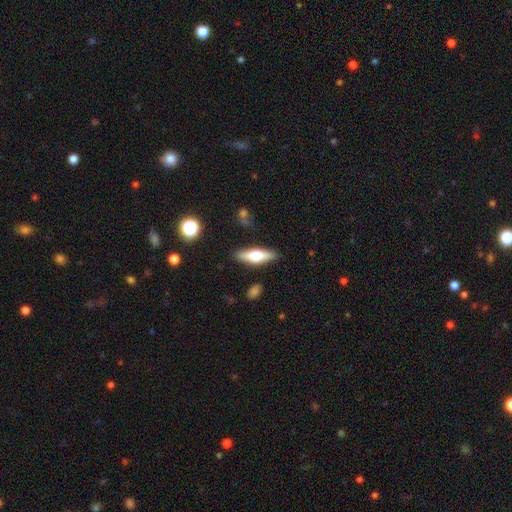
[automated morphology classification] Smooth or featured? smooth (48%)
Merging? none (86%)